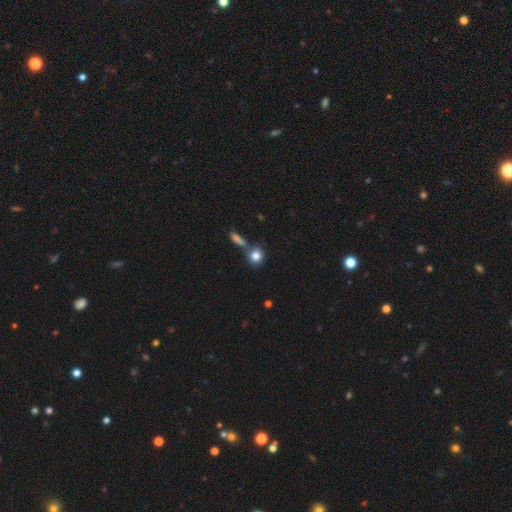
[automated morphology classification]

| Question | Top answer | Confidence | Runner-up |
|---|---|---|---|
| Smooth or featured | smooth | 82% | star or artifact (10%) |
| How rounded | round | 70% | in between (28%) |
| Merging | none | 55% | merger (29%) |